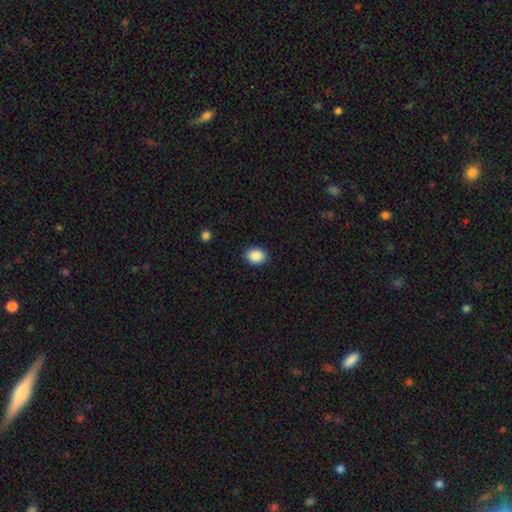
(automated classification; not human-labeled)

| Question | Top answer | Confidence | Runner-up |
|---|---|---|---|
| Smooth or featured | smooth | 89% | star or artifact (8%) |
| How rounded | in between | 58% | round (41%) |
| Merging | none | 89% | minor disturbance (7%) |